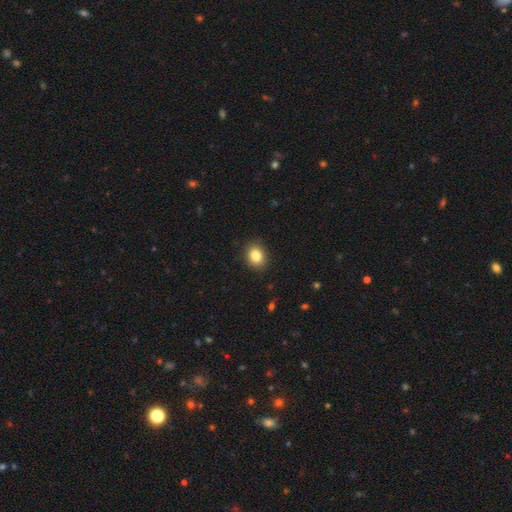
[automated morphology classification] A smooth galaxy with no disk features (86%) that is round (52%). Merging: none (88%).